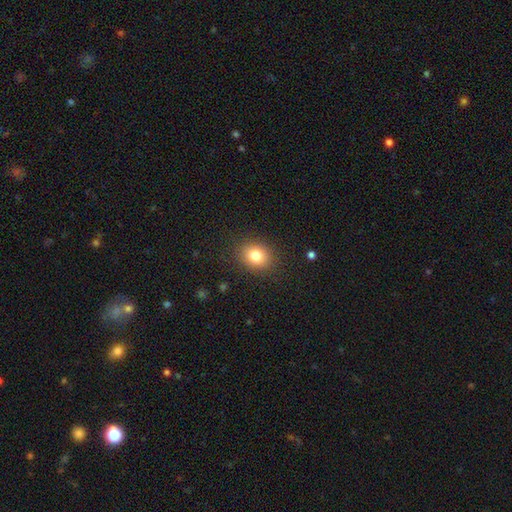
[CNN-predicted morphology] The model was most divided on "how rounded": round: 61%, in between: 38%, cigar-shaped: 1%. More confident: merging — none (88%); smooth or featured — smooth (81%).